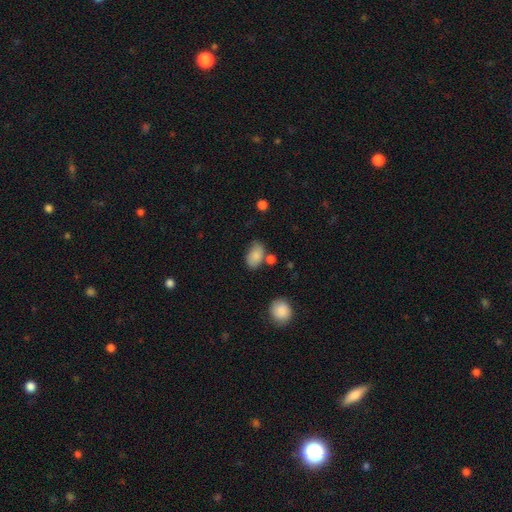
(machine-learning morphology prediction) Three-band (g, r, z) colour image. It shows a smooth galaxy with no disk features (84%) that is in between round and cigar-shaped (88%). Merging: none (61%).